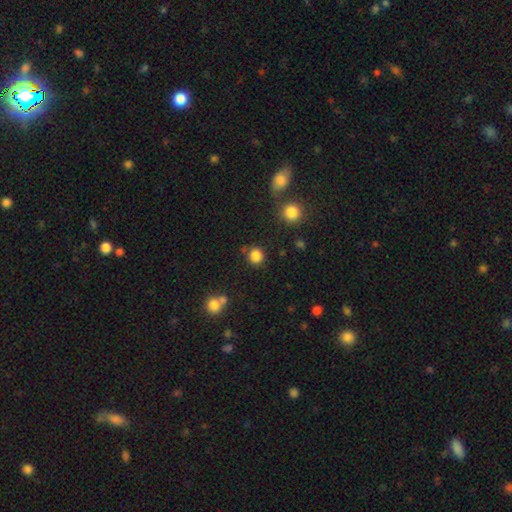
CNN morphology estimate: Smooth or featured: smooth — 84% (star or artifact — 13%)
How rounded: round — 88% (in between — 11%)
Merging: none — 80% (minor disturbance — 11%)